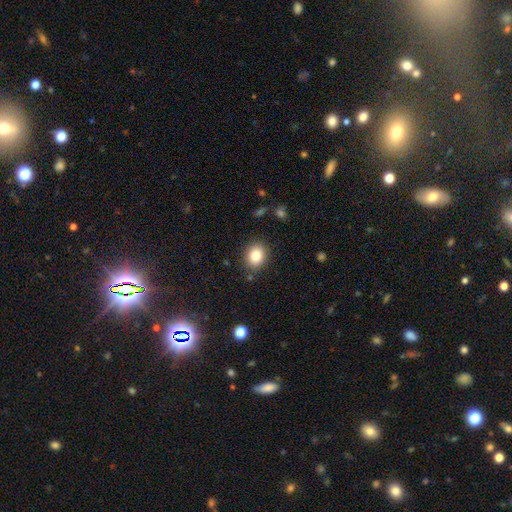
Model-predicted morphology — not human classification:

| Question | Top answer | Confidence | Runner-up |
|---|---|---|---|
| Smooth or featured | smooth | 82% | star or artifact (10%) |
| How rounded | round | 60% | in between (40%) |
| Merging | none | 87% | minor disturbance (9%) |